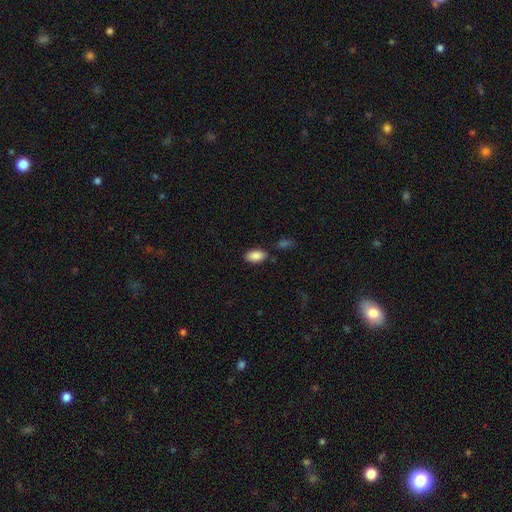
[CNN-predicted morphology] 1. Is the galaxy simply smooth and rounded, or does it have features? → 88% smooth, 7% star or artifact, 5% featured or disk.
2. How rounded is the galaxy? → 94% in between, 4% round, 2% cigar-shaped.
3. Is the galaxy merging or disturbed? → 80% none, 12% minor disturbance, 5% merger, 3% major disturbance.